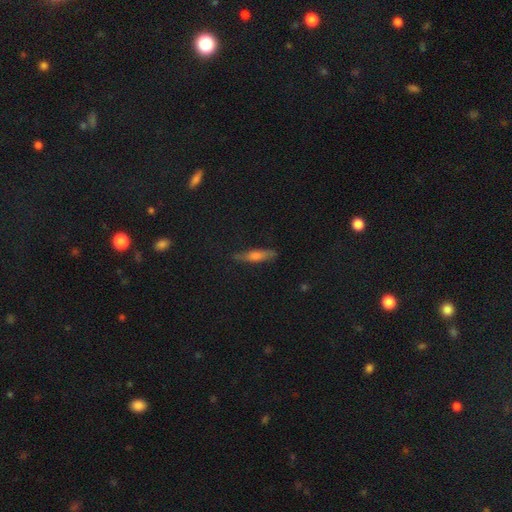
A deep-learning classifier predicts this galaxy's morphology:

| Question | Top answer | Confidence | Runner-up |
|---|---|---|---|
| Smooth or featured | featured or disk | 47% | smooth (41%) |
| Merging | none | 80% | minor disturbance (15%) |